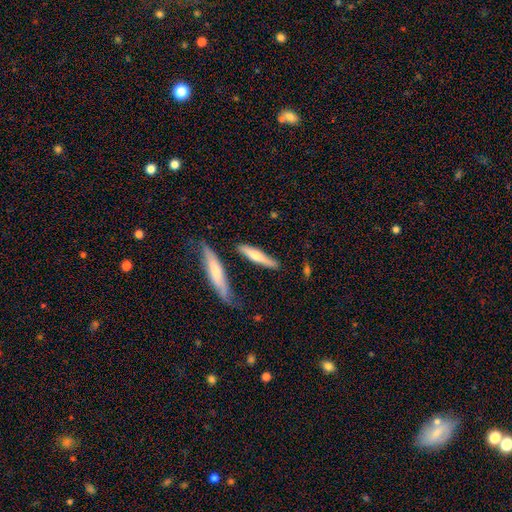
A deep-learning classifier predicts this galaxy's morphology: A smooth galaxy with no disk features (53%) that is cigar-shaped (85%).

Vote fractions:
- Smooth or featured? smooth: 53% / featured or disk: 42% / star or artifact: 5%
- How rounded? cigar-shaped: 85% / in between: 13% / round: 2%
- Merging? none: 78% / minor disturbance: 13% / merger: 6% / major disturbance: 3%